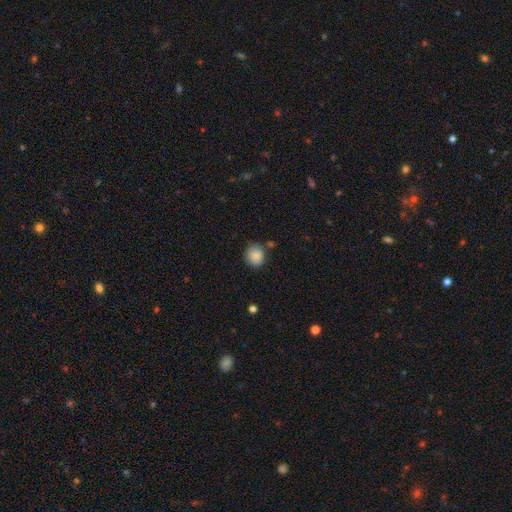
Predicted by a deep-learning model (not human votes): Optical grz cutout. It shows a smooth galaxy with no disk features (87%) that is round (83%). Merging: none (75%).